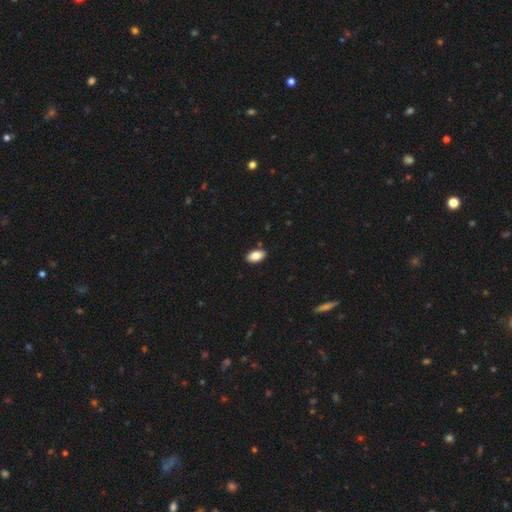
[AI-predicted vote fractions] This is clearly a smooth galaxy (85%). How rounded: clearly in between (93%). Merging: clearly none (89%).